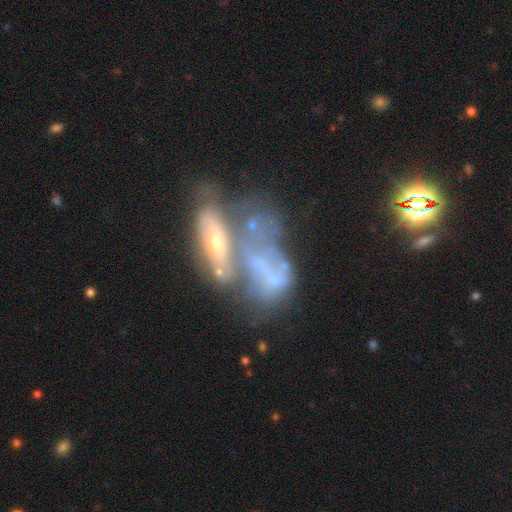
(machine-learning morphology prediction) Smooth or featured? Predicted: featured or disk (p=0.59). Edge-on disk? Predicted: no (p=0.90). Bar? Predicted: no (p=0.81). Spiral arms? Predicted: no (p=0.79). Bulge size? Predicted: small (p=0.41). Merging? Predicted: merger (p=0.62).